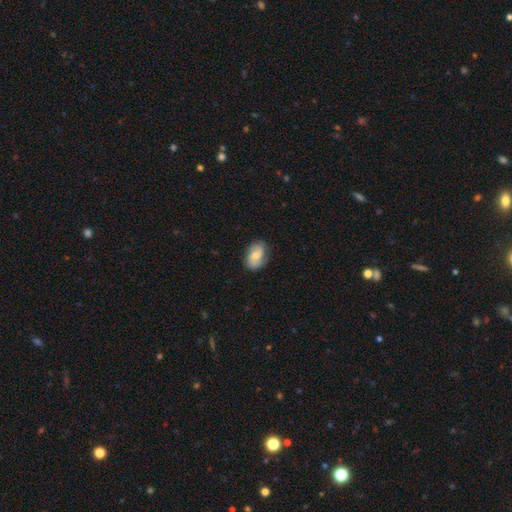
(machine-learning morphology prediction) The model was most divided on "smooth or featured": featured or disk: 49%, smooth: 44%, star or artifact: 7%. More confident: merging — none (76%).